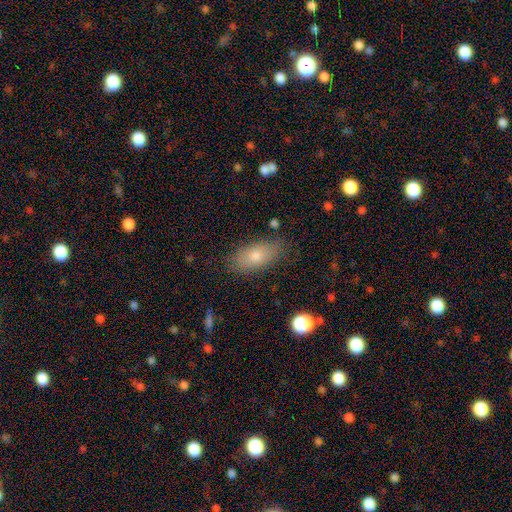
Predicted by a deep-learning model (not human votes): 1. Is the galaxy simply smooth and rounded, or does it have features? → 72% smooth, 19% featured or disk, 9% star or artifact.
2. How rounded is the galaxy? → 86% in between, 9% cigar-shaped, 5% round.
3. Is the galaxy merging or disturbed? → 82% none, 13% minor disturbance, 3% major disturbance, 2% merger.